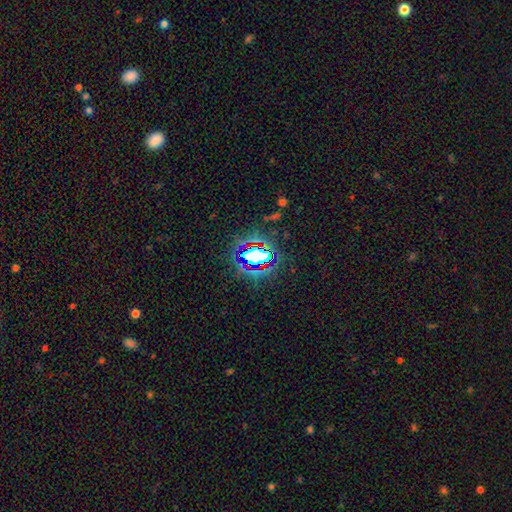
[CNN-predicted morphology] A star or artifact, not a galaxy (69%).